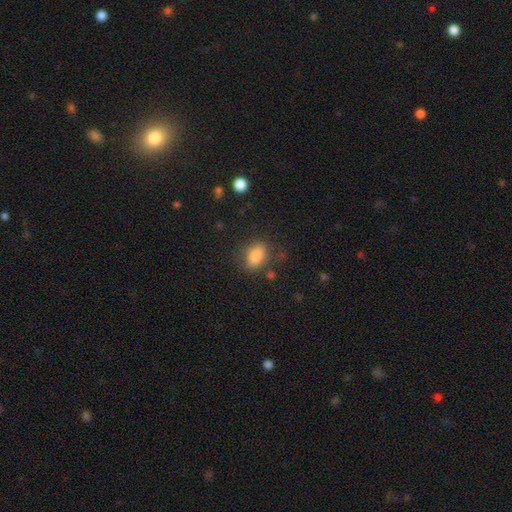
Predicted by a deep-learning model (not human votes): Overall: smooth (84%). How rounded: in between (78%). Merging: none (76%).